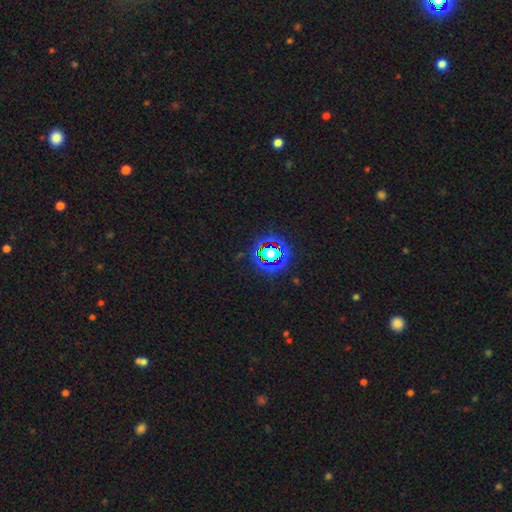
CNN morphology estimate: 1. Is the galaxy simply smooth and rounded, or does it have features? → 79% star or artifact, 13% smooth, 8% featured or disk.